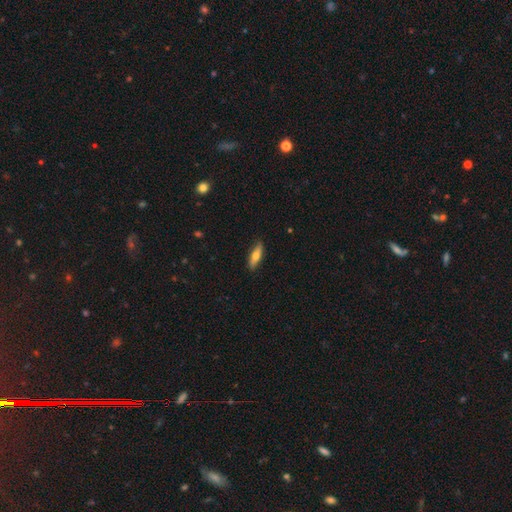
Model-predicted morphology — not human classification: Smooth or featured? Predicted: smooth (p=0.60). How rounded? Predicted: cigar-shaped (p=0.60). Merging? Predicted: none (p=0.86).